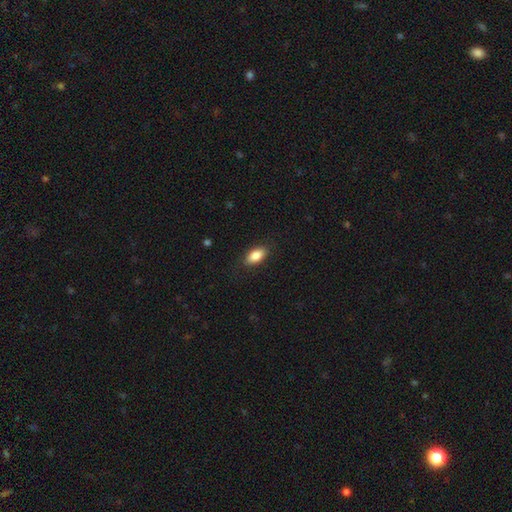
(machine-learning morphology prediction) Overall: smooth (85%). How rounded: in between (89%). Merging: none (86%).